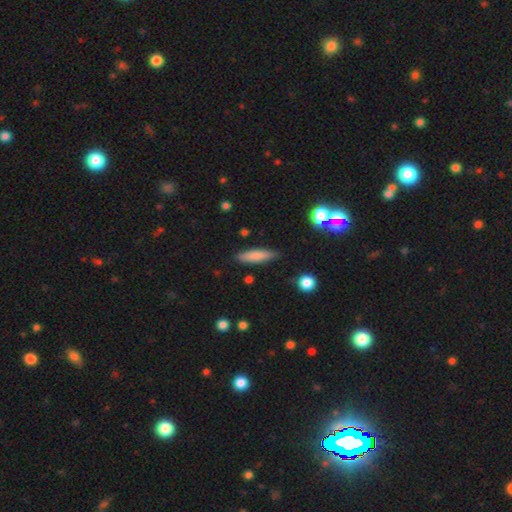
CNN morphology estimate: Smooth or featured? smooth (80%)
How rounded? cigar-shaped (70%)
Merging? none (84%)